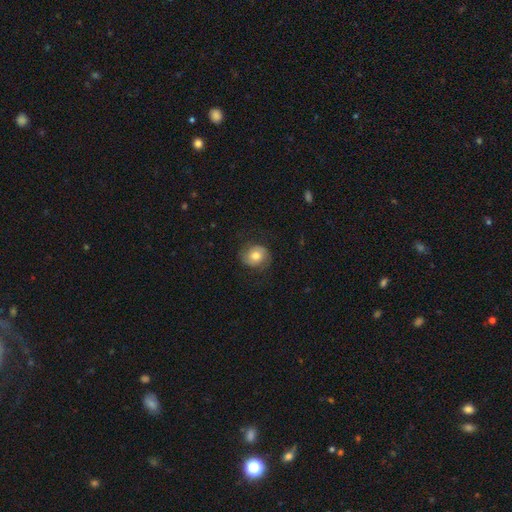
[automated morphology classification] Smooth or featured: smooth — 58% (featured or disk — 33%)
How rounded: round — 70% (in between — 29%)
Merging: none — 74% (minor disturbance — 17%)